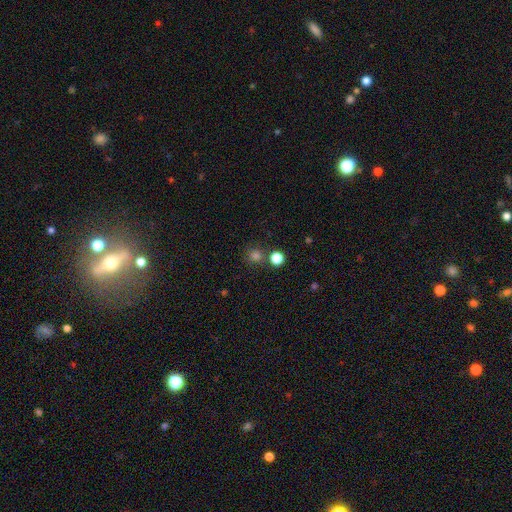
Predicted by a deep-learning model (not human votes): smooth 77%, star or artifact 18%, featured or disk 5%. Down the decision tree: how rounded — round (92%); merging — none (76%).